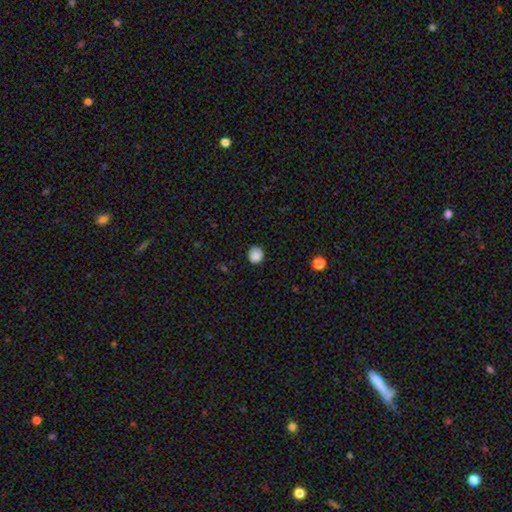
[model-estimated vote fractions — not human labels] The model was most divided on "smooth or featured": smooth: 87%, star or artifact: 10%, featured or disk: 3%. More confident: how rounded — round (89%); merging — none (89%).